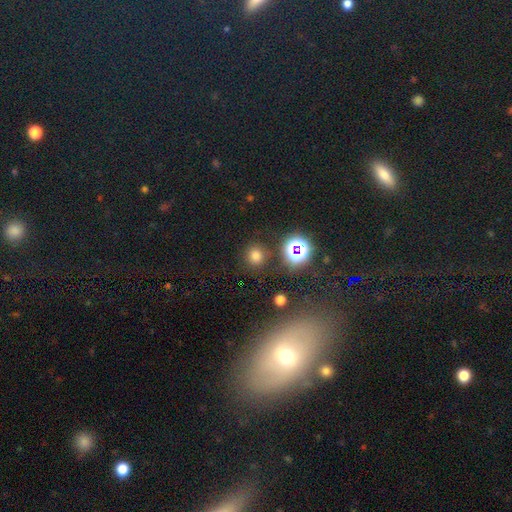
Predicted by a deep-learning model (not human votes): This is likely a smooth galaxy (70%). How rounded: clearly round (89%). Merging: clearly none (85%).